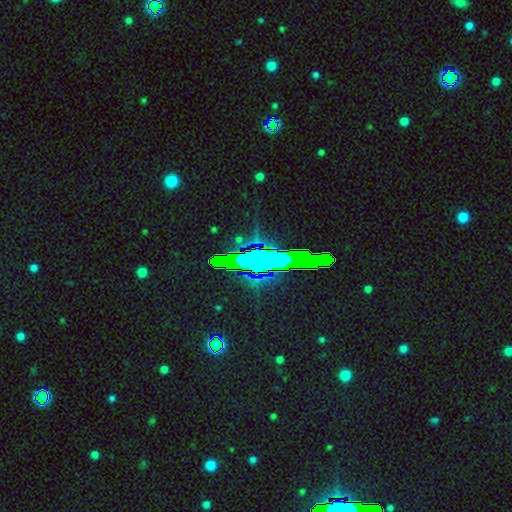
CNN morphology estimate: Smooth or featured: star or artifact — 78% (smooth — 13%)